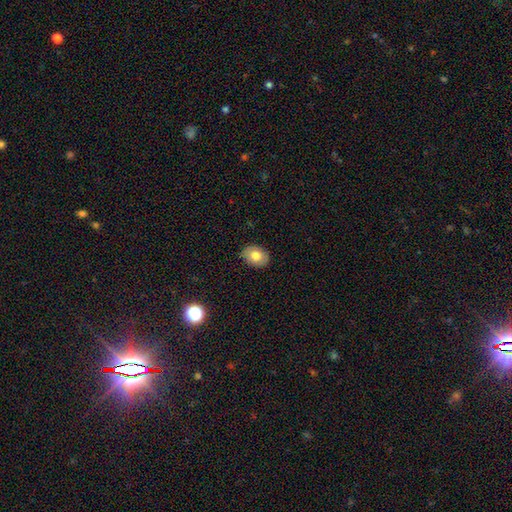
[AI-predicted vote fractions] A smooth galaxy with no disk features (75%) that is in between round and cigar-shaped (68%). Merging: none (85%).